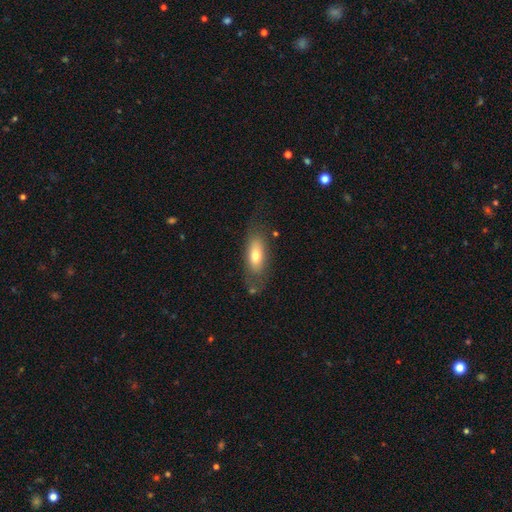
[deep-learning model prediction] A smooth galaxy with no disk features (69%) that is in between round and cigar-shaped (80%).

Vote fractions:
- Smooth or featured? smooth: 69% / featured or disk: 25% / star or artifact: 7%
- How rounded? in between: 80% / cigar-shaped: 17% / round: 4%
- Merging? none: 64% / minor disturbance: 21% / major disturbance: 11% / merger: 3%